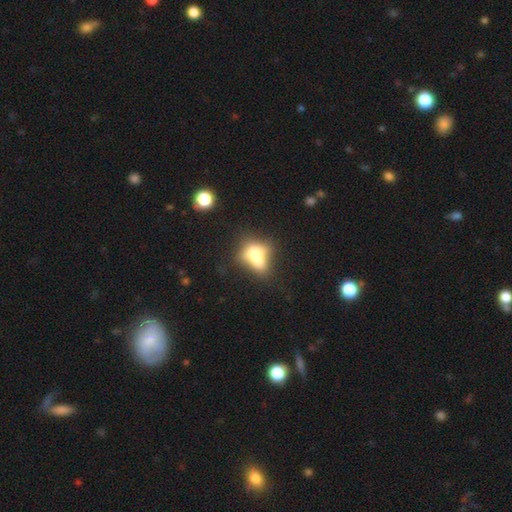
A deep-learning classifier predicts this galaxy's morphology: smooth_or_featured: smooth (p=0.67) [alt: featured or disk p=0.22]
how_rounded: in between (p=0.80) [alt: round p=0.12]
merging: none (p=0.34) [alt: minor disturbance p=0.27]